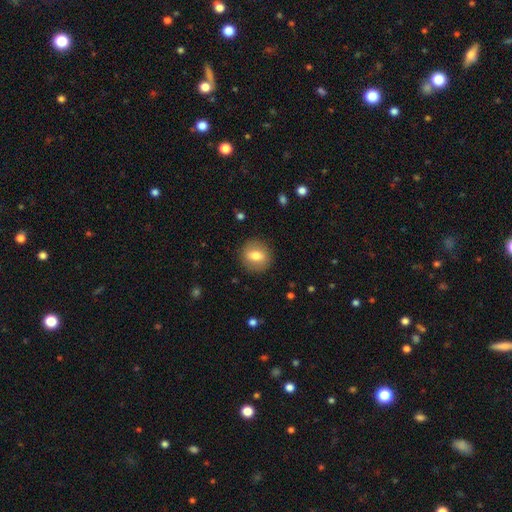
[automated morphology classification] Smooth or featured?
  - smooth: 72% *
  - featured or disk: 20%
  - star or artifact: 8%
How rounded?
  - round: 74% *
  - in between: 24%
  - cigar-shaped: 1%
Merging?
  - none: 87% *
  - minor disturbance: 9%
  - major disturbance: 3%
  - merger: 1%